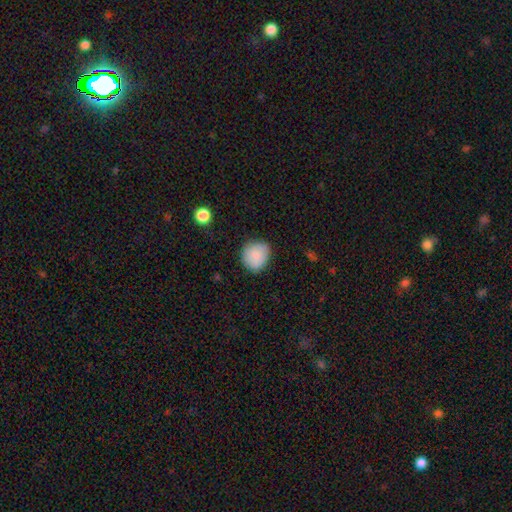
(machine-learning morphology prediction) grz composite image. It shows a smooth galaxy with no disk features (86%) that is round (82%). Merging: none (77%).